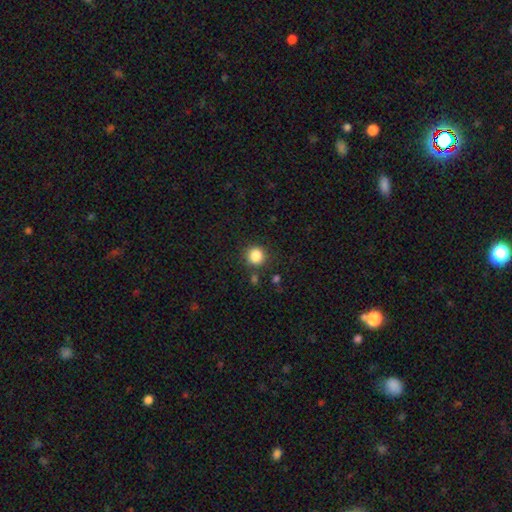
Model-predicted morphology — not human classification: This is clearly a smooth galaxy (85%). How rounded: clearly round (92%). Merging: clearly none (86%).